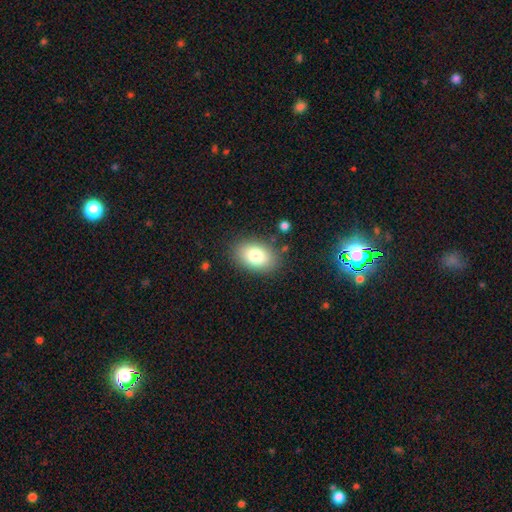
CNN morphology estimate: A smooth galaxy with no disk features (78%) that is in between round and cigar-shaped (85%).

Vote fractions:
- Smooth or featured? smooth: 78% / star or artifact: 11% / featured or disk: 11%
- How rounded? in between: 85% / round: 14% / cigar-shaped: 1%
- Merging? none: 85% / minor disturbance: 10% / major disturbance: 3% / merger: 2%